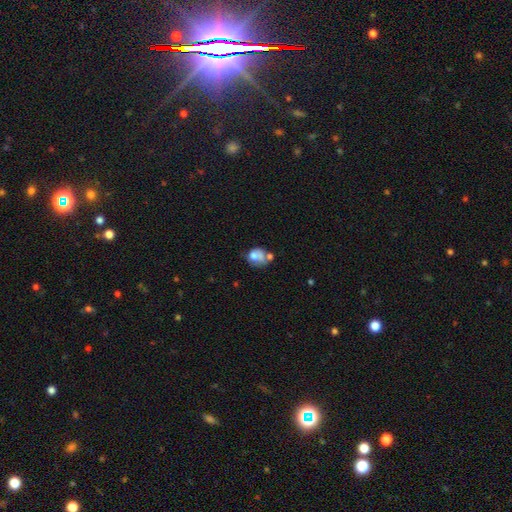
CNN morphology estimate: Q: Smooth or featured?
A: smooth (63%); runner-up: featured or disk (27%)
Q: How rounded?
A: in between (50%); runner-up: round (49%)
Q: Merging?
A: merger (34%); runner-up: none (28%)